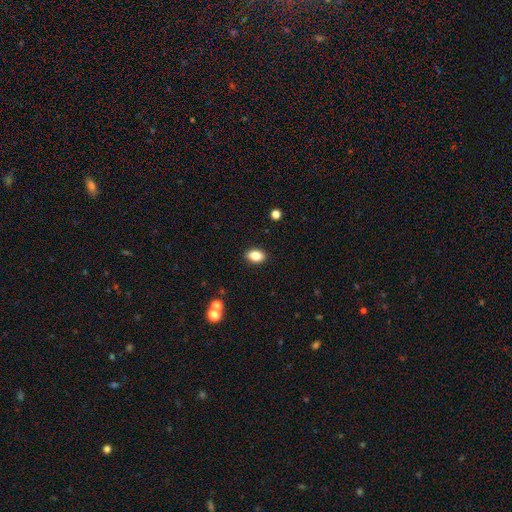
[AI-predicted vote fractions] This is clearly a smooth galaxy (83%). How rounded: clearly in between (85%). Merging: clearly none (89%).